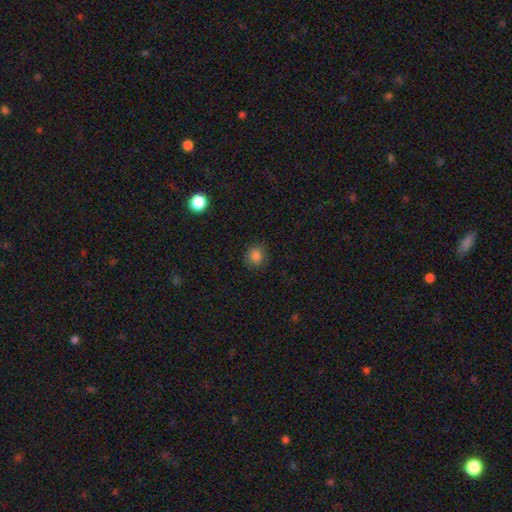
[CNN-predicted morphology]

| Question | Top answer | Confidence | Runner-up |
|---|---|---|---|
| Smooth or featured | smooth | 83% | star or artifact (13%) |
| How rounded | round | 79% | in between (20%) |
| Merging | none | 83% | minor disturbance (12%) |